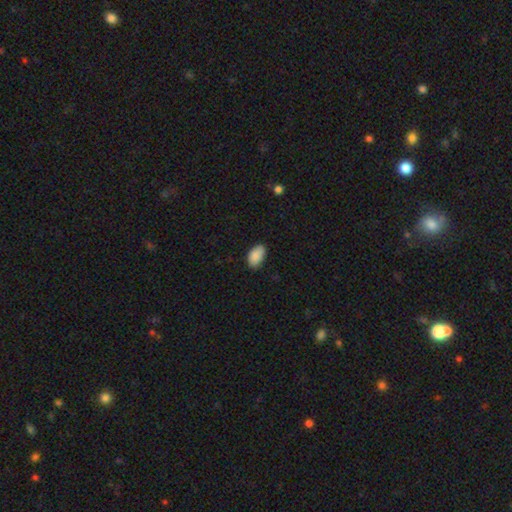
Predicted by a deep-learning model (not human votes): Smooth or featured? Predicted: smooth (p=0.89). How rounded? Predicted: in between (p=0.94). Merging? Predicted: none (p=0.82).